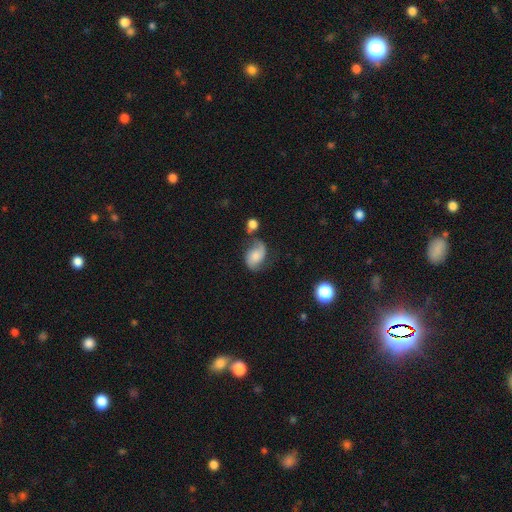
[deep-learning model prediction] Smooth or featured: featured or disk — 54% (smooth — 37%)
Edge-on disk: no — 97% (yes — 3%)
Bar: no — 65% (weak — 29%)
Spiral arms: yes — 89% (no — 11%)
Bulge size: moderate — 37% (small — 34%)
Merging: none — 49% (minor disturbance — 26%)